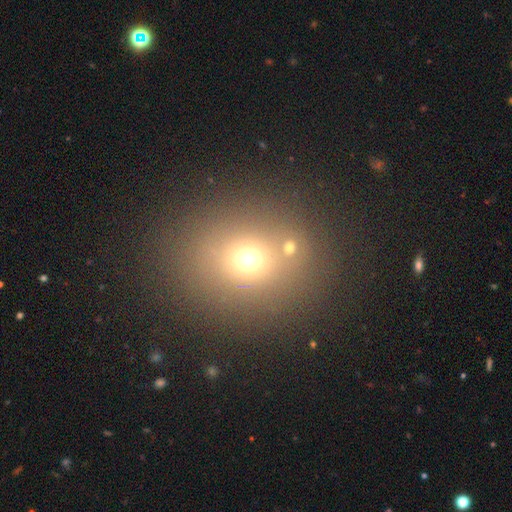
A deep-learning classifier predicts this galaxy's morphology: Smooth or featured?
  - smooth: 60% *
  - star or artifact: 29%
  - featured or disk: 10%
How rounded?
  - round: 66% *
  - in between: 32%
  - cigar-shaped: 1%
Merging?
  - none: 78% *
  - merger: 11%
  - minor disturbance: 7%
  - major disturbance: 3%